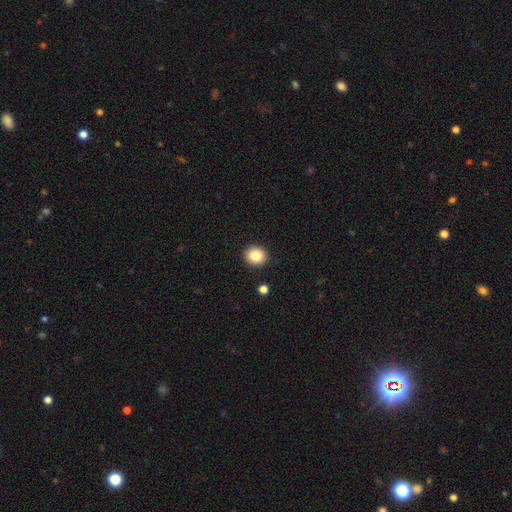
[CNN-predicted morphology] Overall: smooth (85%). How rounded: round (82%). Merging: none (92%).